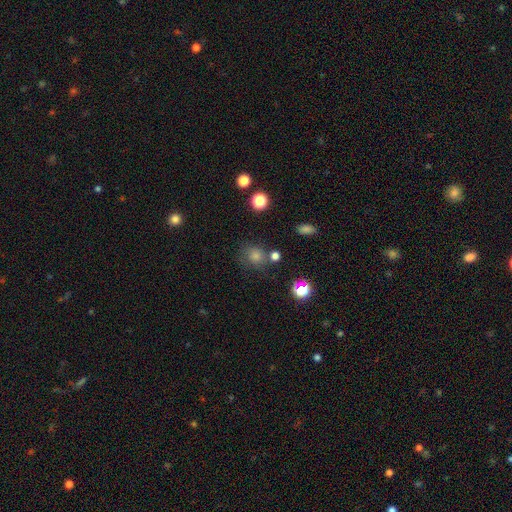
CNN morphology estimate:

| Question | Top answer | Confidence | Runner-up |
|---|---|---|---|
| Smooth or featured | smooth | 67% | star or artifact (24%) |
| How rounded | round | 83% | in between (16%) |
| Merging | none | 74% | minor disturbance (13%) |